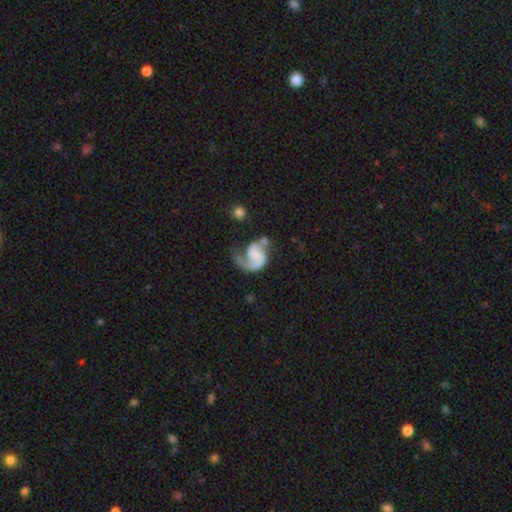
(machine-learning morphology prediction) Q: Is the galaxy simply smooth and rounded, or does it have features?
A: featured or disk — 83%.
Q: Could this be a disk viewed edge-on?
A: no — 98%.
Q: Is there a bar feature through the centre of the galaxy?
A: no — 54%.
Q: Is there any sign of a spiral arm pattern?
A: yes — 95%.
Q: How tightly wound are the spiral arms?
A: medium — 44%.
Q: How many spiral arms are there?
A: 2 — 49%.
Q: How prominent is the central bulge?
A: none — 39%.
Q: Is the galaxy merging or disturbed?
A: none — 39%.